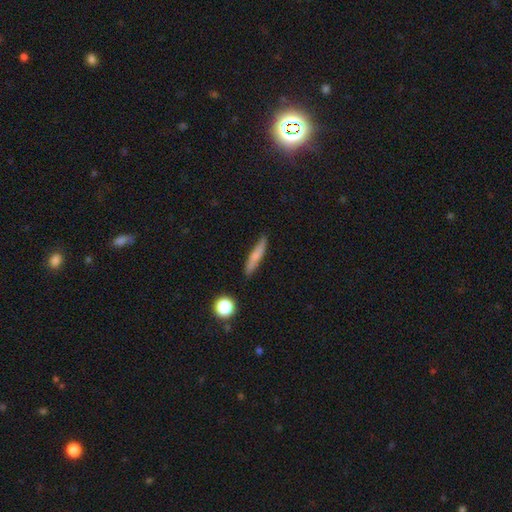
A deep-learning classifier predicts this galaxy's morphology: Smooth or featured: smooth — 69% (featured or disk — 24%)
How rounded: cigar-shaped — 88% (in between — 9%)
Merging: none — 81% (minor disturbance — 14%)